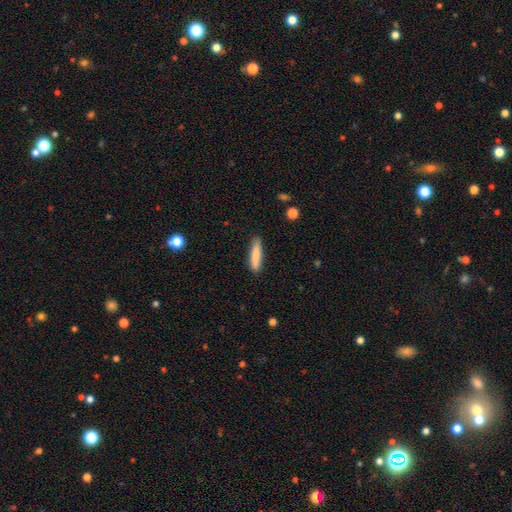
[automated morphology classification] Smooth or featured: smooth — 83% (featured or disk — 11%)
How rounded: cigar-shaped — 84% (in between — 15%)
Merging: none — 87% (minor disturbance — 10%)